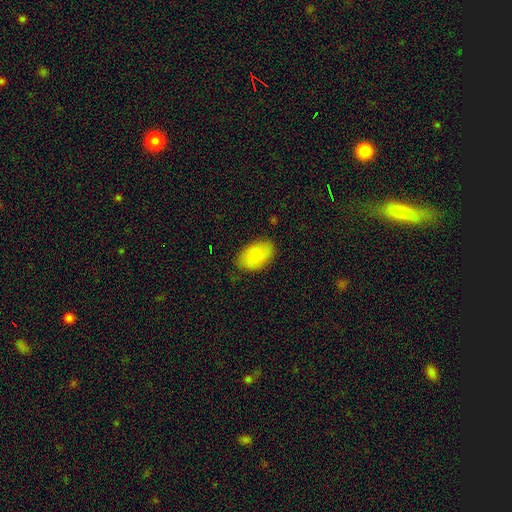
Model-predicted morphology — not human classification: Q: Smooth or featured?
A: smooth (82%); runner-up: featured or disk (12%)
Q: How rounded?
A: in between (91%); runner-up: round (8%)
Q: Merging?
A: none (80%); runner-up: minor disturbance (15%)